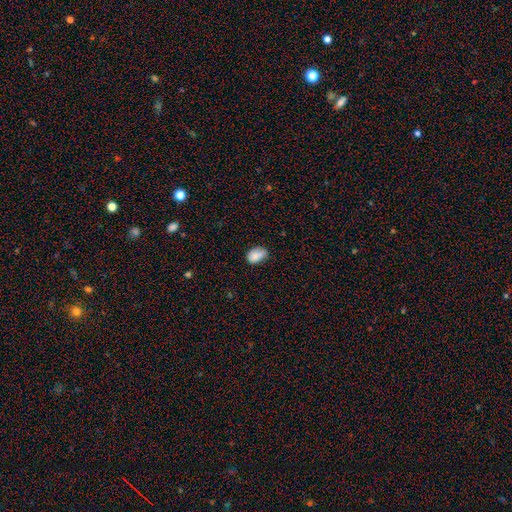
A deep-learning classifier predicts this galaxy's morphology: Q: Smooth or featured?
A: smooth (84%); runner-up: star or artifact (9%)
Q: How rounded?
A: in between (84%); runner-up: round (15%)
Q: Merging?
A: none (57%); runner-up: minor disturbance (32%)